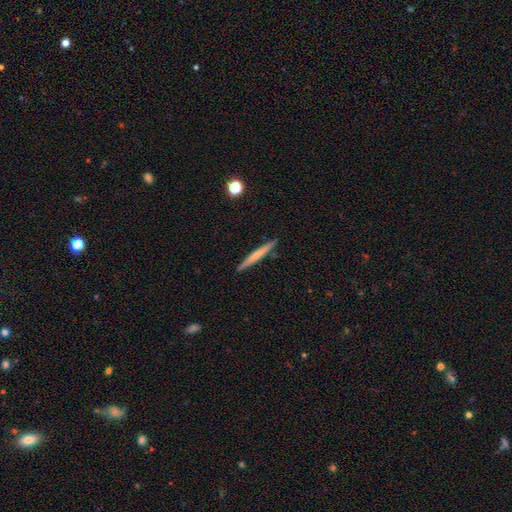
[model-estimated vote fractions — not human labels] This appears to be a smooth galaxy with no disk features (59%) that is cigar-shaped (96%). Merging: none (90%).